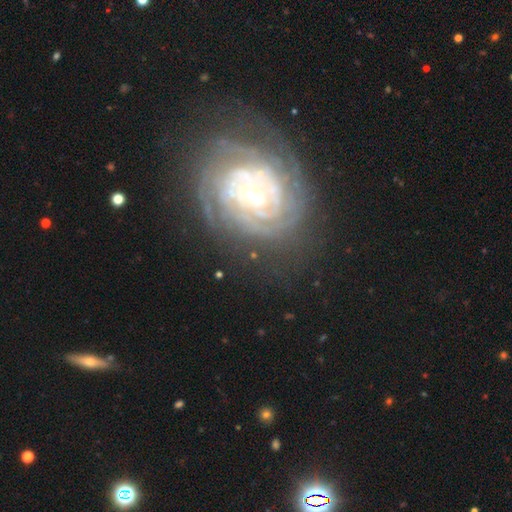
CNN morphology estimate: A featured or disk galaxy (84%) with a weak bar (39%), 2 (30%) tight (81%) spiral arms (95%) and a small central bulge (47%). Merging: none (78%).